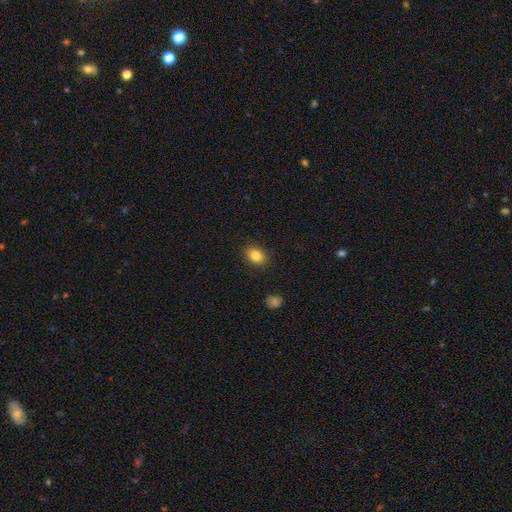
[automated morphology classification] A smooth galaxy with no disk features (84%) that is in between round and cigar-shaped (60%).

Vote fractions:
- Smooth or featured? smooth: 84% / star or artifact: 10% / featured or disk: 6%
- How rounded? in between: 60% / round: 39% / cigar-shaped: 1%
- Merging? none: 88% / minor disturbance: 9% / major disturbance: 2% / merger: 1%